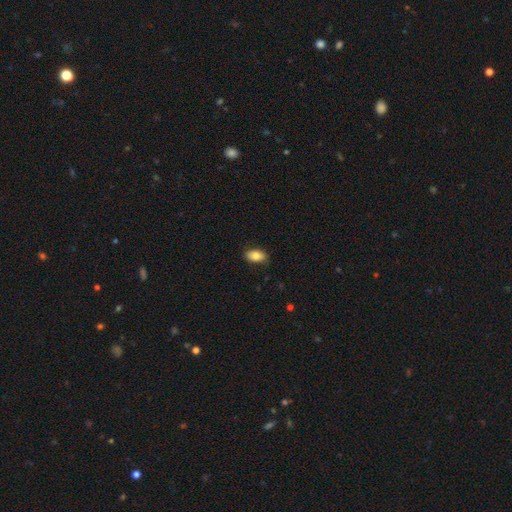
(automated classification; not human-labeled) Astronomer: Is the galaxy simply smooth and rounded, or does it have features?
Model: smooth — 84%.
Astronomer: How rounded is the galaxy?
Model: in between — 91%.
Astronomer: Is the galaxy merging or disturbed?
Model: none — 86%.